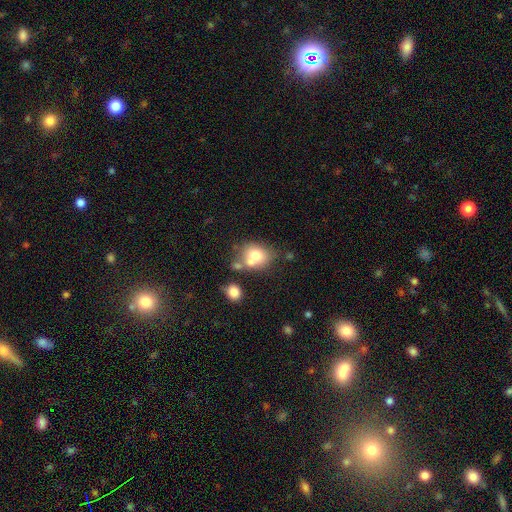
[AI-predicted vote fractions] Smooth or featured: smooth — 70% (featured or disk — 20%)
How rounded: round — 55% (in between — 44%)
Merging: none — 43% (merger — 37%)